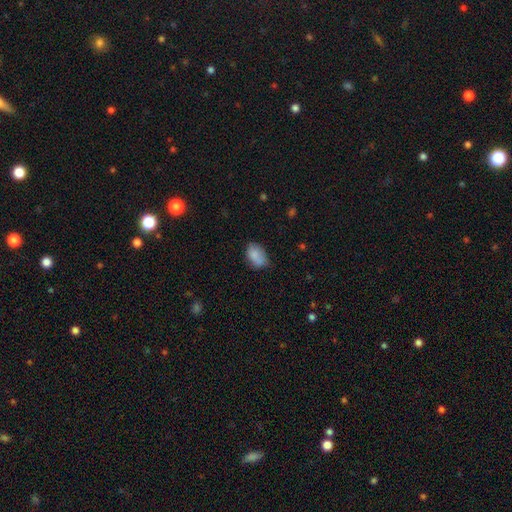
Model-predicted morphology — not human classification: Overall: smooth (84%). How rounded: in between (86%). Merging: none (61%; minor disturbance 30%).